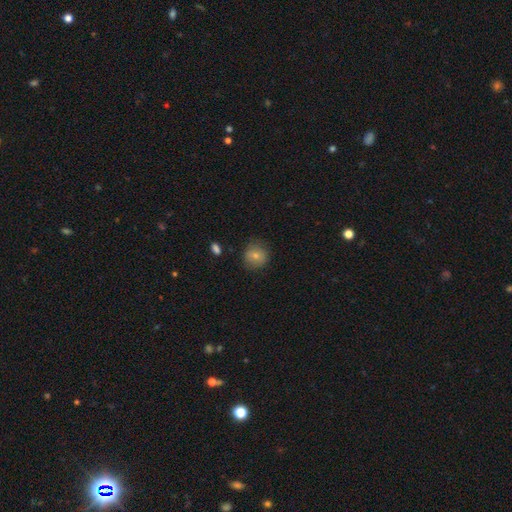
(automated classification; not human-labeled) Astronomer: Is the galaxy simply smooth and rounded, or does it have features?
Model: smooth — 76%.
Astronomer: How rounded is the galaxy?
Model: round — 86%.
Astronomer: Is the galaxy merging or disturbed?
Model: none — 81%.